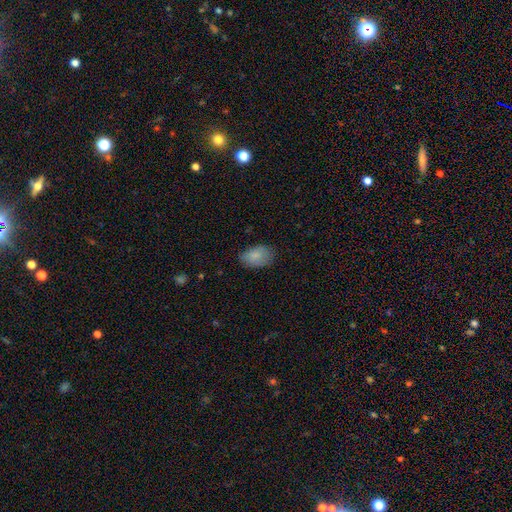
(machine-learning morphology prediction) Smooth or featured: smooth — 84% (featured or disk — 9%)
How rounded: in between — 88% (round — 11%)
Merging: none — 72% (minor disturbance — 22%)